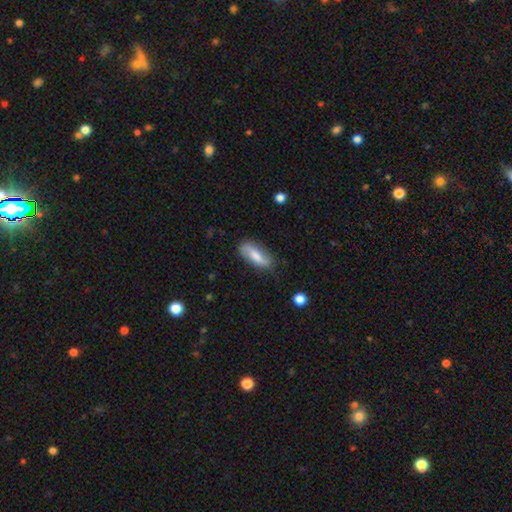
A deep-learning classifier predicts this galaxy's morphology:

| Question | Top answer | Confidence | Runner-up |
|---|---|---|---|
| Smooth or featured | smooth | 68% | featured or disk (26%) |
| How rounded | in between | 71% | cigar-shaped (27%) |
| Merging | none | 74% | minor disturbance (19%) |